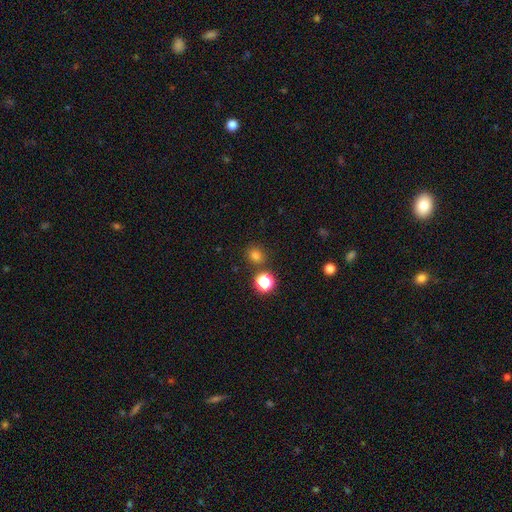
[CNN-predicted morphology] Smooth or featured?
  - smooth: 76% *
  - star or artifact: 19%
  - featured or disk: 5%
How rounded?
  - round: 84% *
  - in between: 15%
  - cigar-shaped: 1%
Merging?
  - none: 82% *
  - minor disturbance: 8%
  - merger: 7%
  - major disturbance: 3%